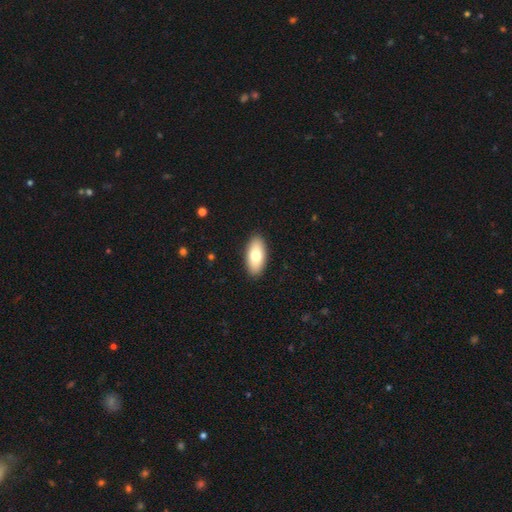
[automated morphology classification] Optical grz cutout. It shows a smooth galaxy with no disk features (76%) that is in between round and cigar-shaped (91%). Merging: none (91%).